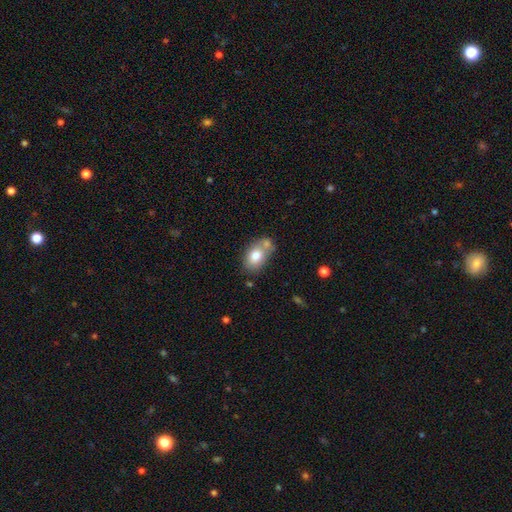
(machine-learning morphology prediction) Smooth or featured? smooth (76%)
How rounded? in between (82%)
Merging? none (49%)